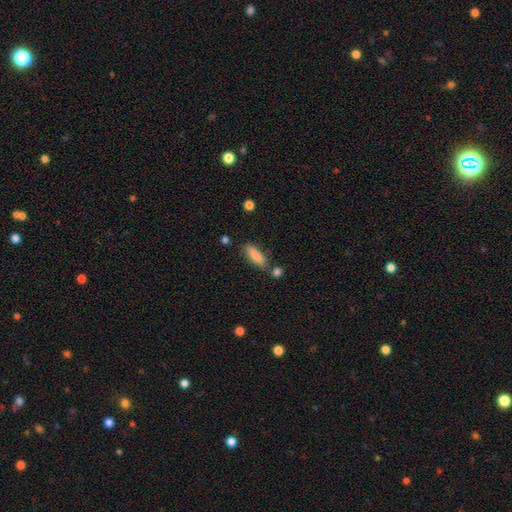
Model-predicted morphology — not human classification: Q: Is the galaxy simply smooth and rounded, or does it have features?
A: smooth — 84%.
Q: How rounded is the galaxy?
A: in between — 55%.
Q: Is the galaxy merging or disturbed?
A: none — 65%.